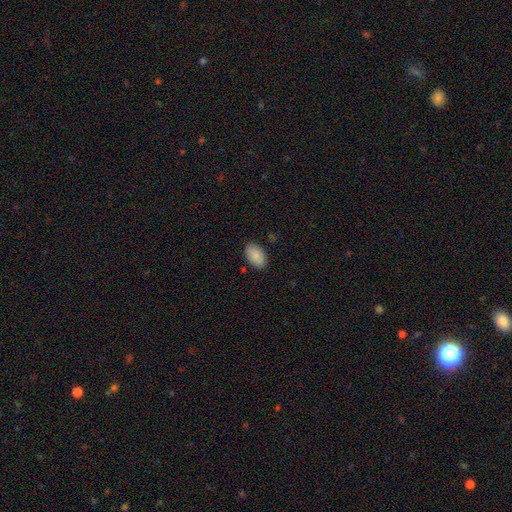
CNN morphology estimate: A smooth galaxy with no disk features (86%) that is in between round and cigar-shaped (94%).

Vote fractions:
- Smooth or featured? smooth: 86% / featured or disk: 7% / star or artifact: 6%
- How rounded? in between: 94% / round: 5% / cigar-shaped: 1%
- Merging? none: 86% / minor disturbance: 11% / major disturbance: 2% / merger: 1%